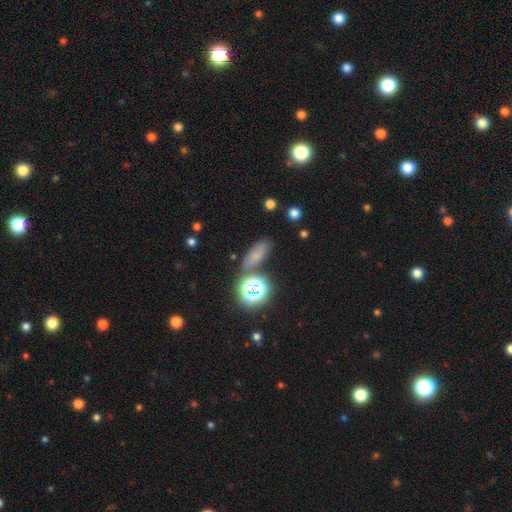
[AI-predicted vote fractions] smooth-or-featured: smooth: 61% | star or artifact: 26% | featured or disk: 14%
  how-rounded: in between: 65% | cigar-shaped: 20% | round: 15%
  merging: none: 68% | minor disturbance: 16% | merger: 10% | major disturbance: 6%